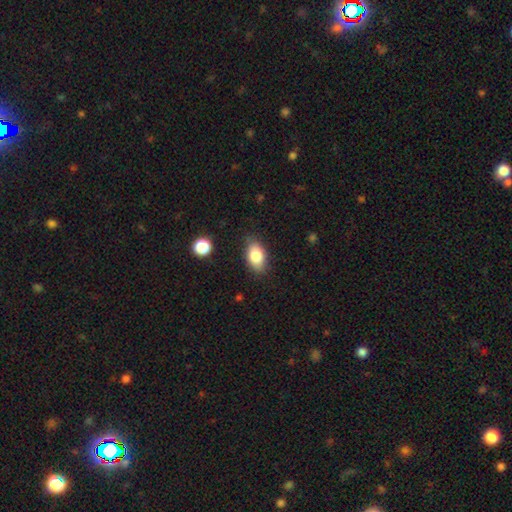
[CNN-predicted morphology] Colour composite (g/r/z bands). It shows a smooth galaxy with no disk features (82%) that is in between round and cigar-shaped (90%). Merging: none (82%).